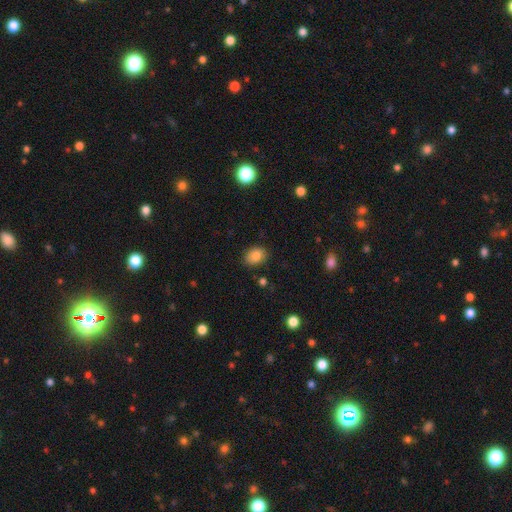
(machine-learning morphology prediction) smooth-or-featured: smooth: 85% | star or artifact: 10% | featured or disk: 5%
  how-rounded: in between: 65% | round: 34% | cigar-shaped: 1%
  merging: none: 84% | minor disturbance: 12% | major disturbance: 3% | merger: 2%